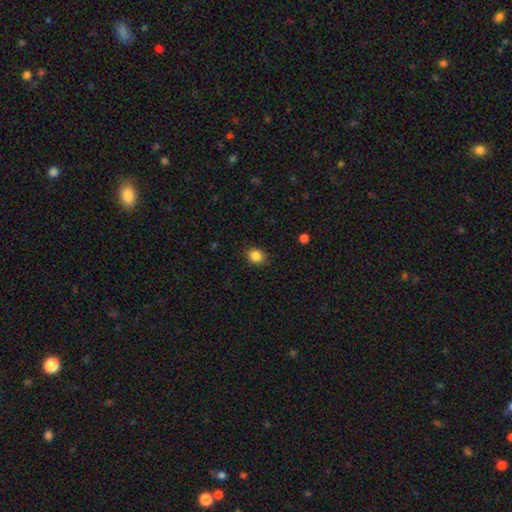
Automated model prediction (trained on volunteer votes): Overall: smooth (86%). How rounded: round (61%; in between 38%). Merging: none (88%).